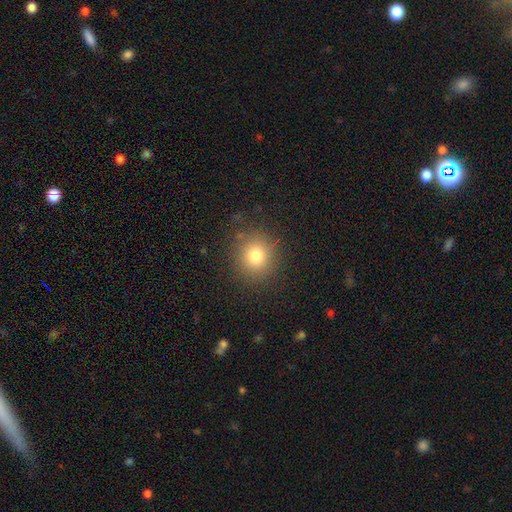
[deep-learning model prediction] Smooth or featured?
  - smooth: 79% *
  - star or artifact: 13%
  - featured or disk: 8%
How rounded?
  - round: 85% *
  - in between: 14%
  - cigar-shaped: 1%
Merging?
  - none: 85% *
  - minor disturbance: 9%
  - major disturbance: 4%
  - merger: 1%